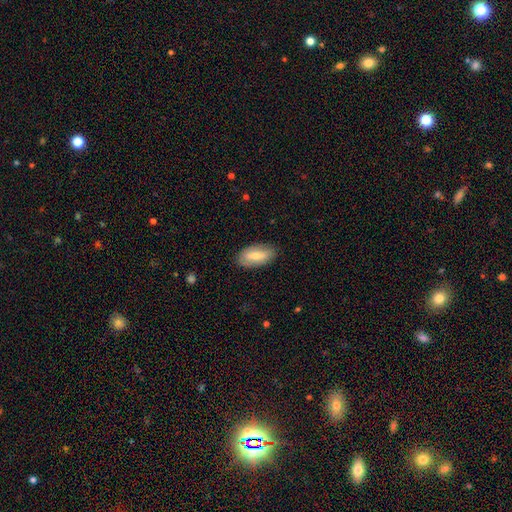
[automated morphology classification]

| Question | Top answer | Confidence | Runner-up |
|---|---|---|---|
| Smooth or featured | smooth | 63% | featured or disk (31%) |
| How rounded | in between | 90% | cigar-shaped (7%) |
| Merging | none | 84% | minor disturbance (12%) |